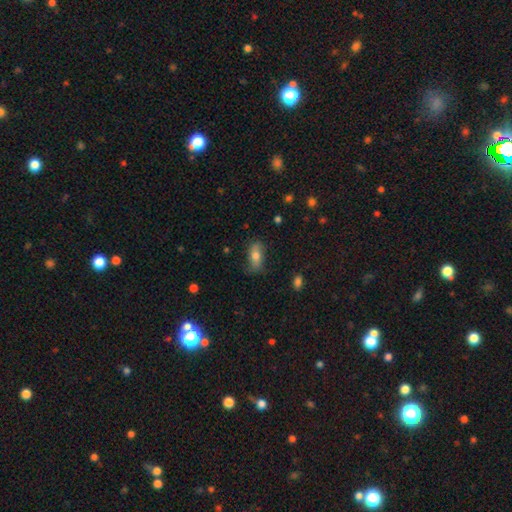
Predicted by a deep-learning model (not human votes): smooth_or_featured: smooth (p=0.68) [alt: featured or disk p=0.24]
how_rounded: in between (p=0.83) [alt: cigar-shaped p=0.12]
merging: none (p=0.70) [alt: minor disturbance p=0.22]